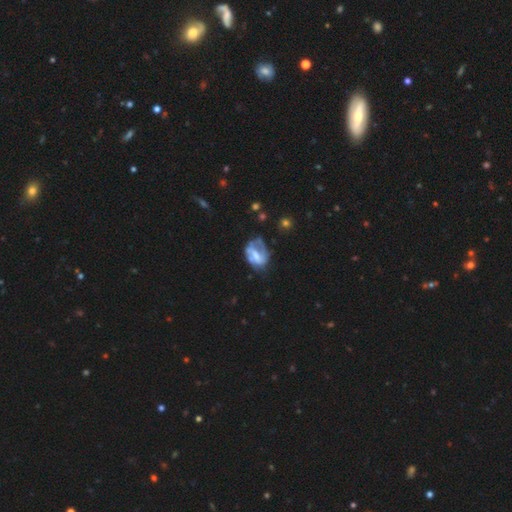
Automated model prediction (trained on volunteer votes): This appears to be a featured or disk galaxy (60%) with a weak bar (39%), spiral arms (51%) and a moderate central bulge (38%). Merging: none (37%).